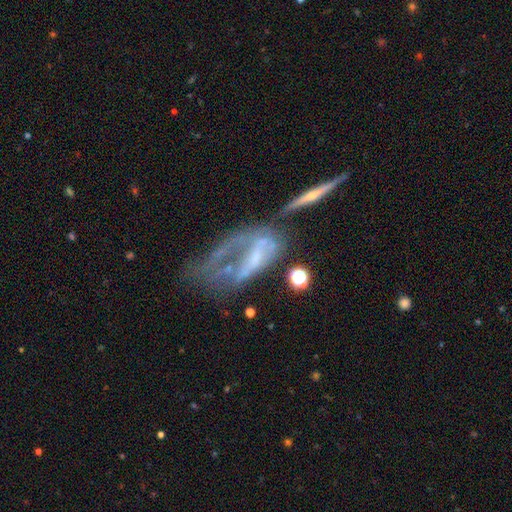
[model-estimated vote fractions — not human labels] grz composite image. It shows a featured or disk galaxy (68%) with no bar (64%), no spiral arms (66%) and no central bulge (43%). Merging: major disturbance (45%).